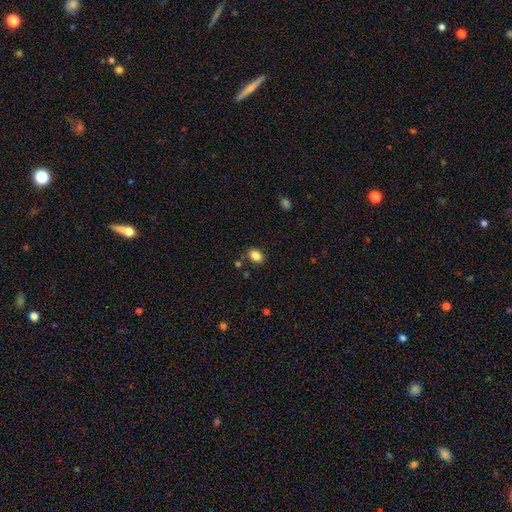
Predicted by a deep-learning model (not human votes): Smooth or featured?
  - smooth: 85% *
  - star or artifact: 10%
  - featured or disk: 6%
How rounded?
  - in between: 79% *
  - round: 19%
  - cigar-shaped: 1%
Merging?
  - none: 80% *
  - minor disturbance: 12%
  - merger: 5%
  - major disturbance: 3%